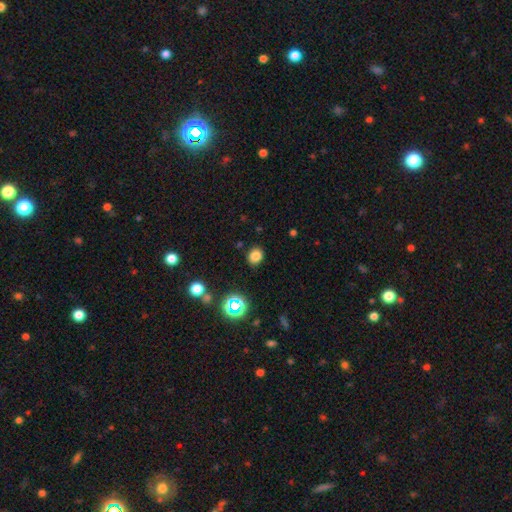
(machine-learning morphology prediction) This appears to be a smooth galaxy with no disk features (78%) that is round (68%). Merging: none (87%).